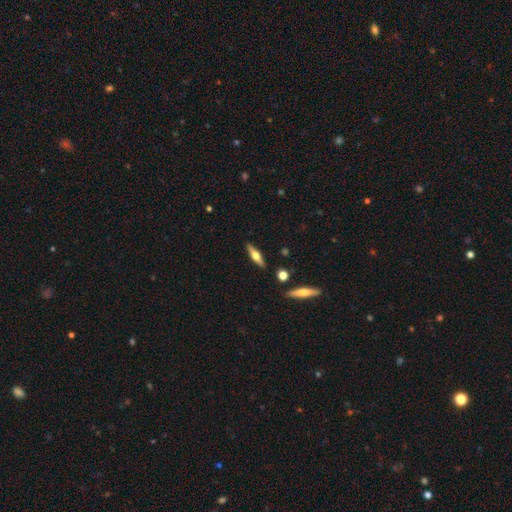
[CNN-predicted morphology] Smooth or featured?
  - featured or disk: 58% *
  - smooth: 37%
  - star or artifact: 6%
Edge-on disk?
  - yes: 95% *
  - no: 5%
Edge-on bulge?
  - rounded: 93% *
  - boxy: 4%
  - none: 2%
Merging?
  - none: 88% *
  - minor disturbance: 8%
  - merger: 2%
  - major disturbance: 2%